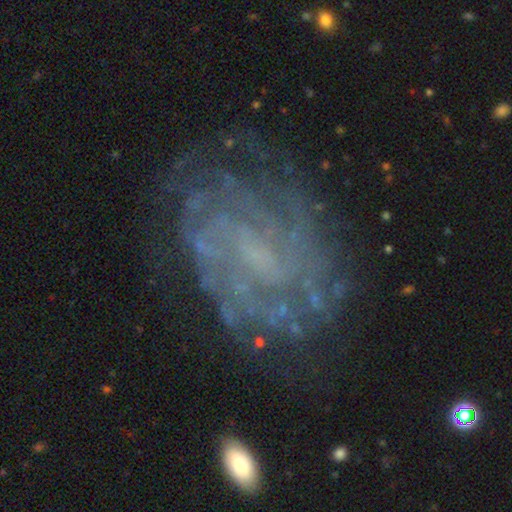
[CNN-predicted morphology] A featured or disk galaxy (76%) with a weak bar (46%), tight (58%) spiral arms (84%) and no central bulge (45%). Merging: none (73%).